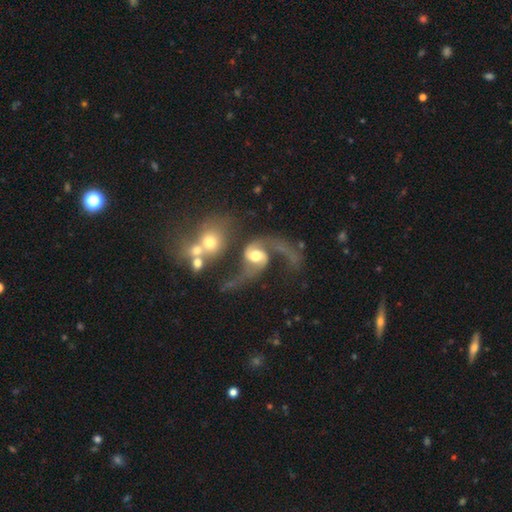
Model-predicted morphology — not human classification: The model was most divided on "bar": no: 43%, weak: 40%, strong: 17%. Remaining: edge-on disk — no (97%); spiral arms — yes (95%); spiral arm count — 2 (87%); smooth or featured — featured or disk (84%); spiral winding — loose (74%); bulge size — moderate (61%); merging — none (37%).